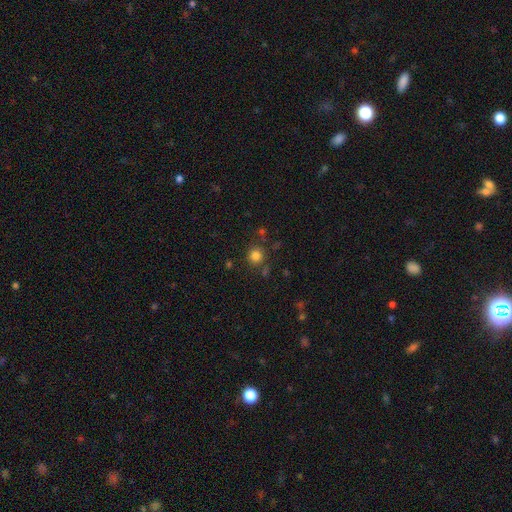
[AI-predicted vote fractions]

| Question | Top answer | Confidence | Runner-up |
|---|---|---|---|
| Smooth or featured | smooth | 81% | star or artifact (14%) |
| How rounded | round | 92% | in between (8%) |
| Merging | none | 80% | minor disturbance (10%) |